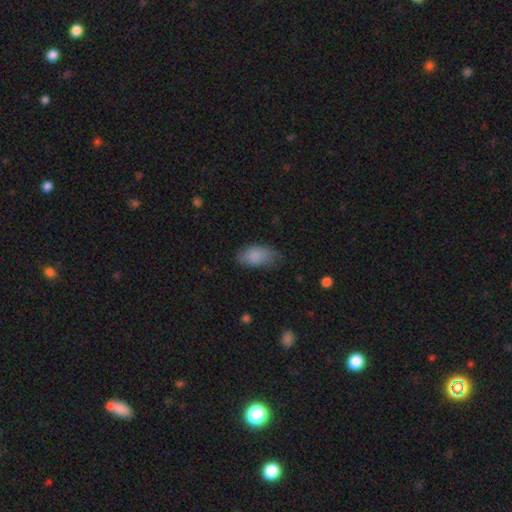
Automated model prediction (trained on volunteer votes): This is clearly a smooth galaxy (86%). How rounded: clearly in between (93%). Merging: likely none (68%).